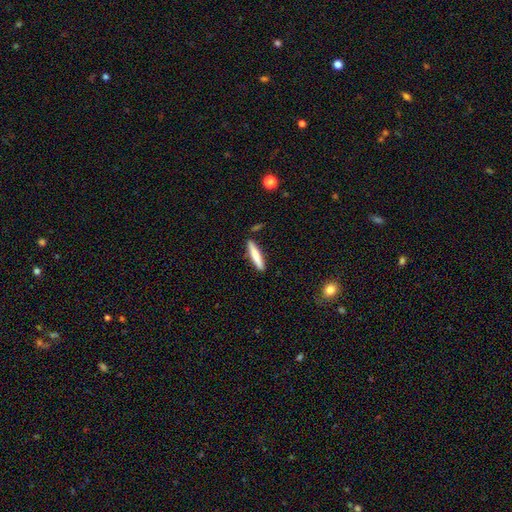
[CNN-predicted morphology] A smooth galaxy with no disk features (77%) that is cigar-shaped (89%). Merging: none (87%).